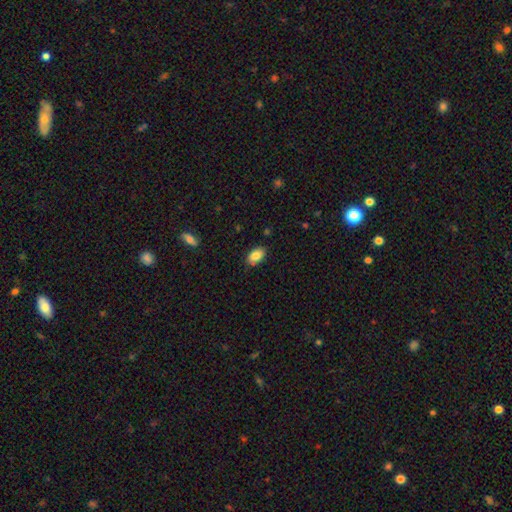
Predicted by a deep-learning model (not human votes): smooth_or_featured: smooth (p=0.84) [alt: featured or disk p=0.09]
how_rounded: in between (p=0.91) [alt: round p=0.07]
merging: none (p=0.84) [alt: minor disturbance p=0.13]